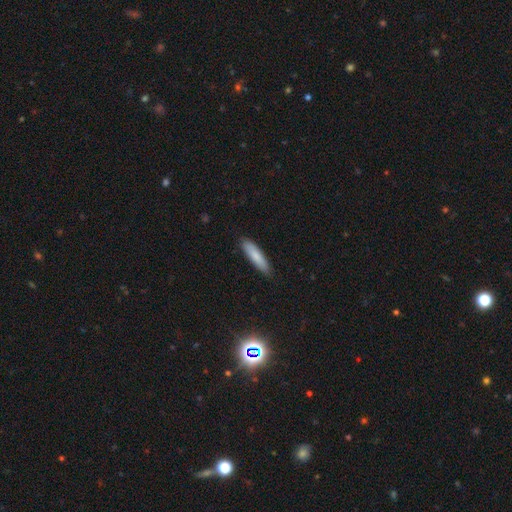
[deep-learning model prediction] Smooth or featured: smooth — 82% (featured or disk — 12%)
How rounded: cigar-shaped — 75% (in between — 24%)
Merging: none — 85% (minor disturbance — 12%)